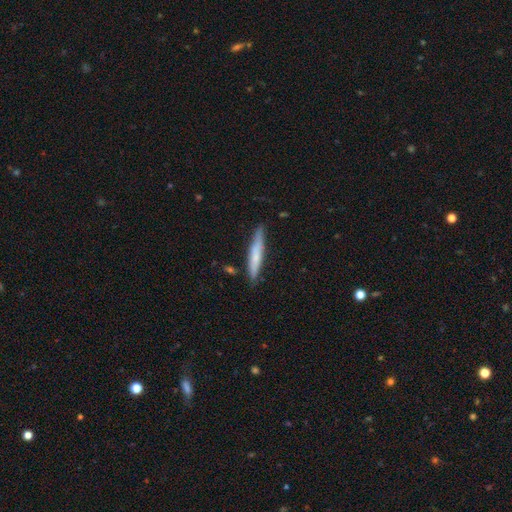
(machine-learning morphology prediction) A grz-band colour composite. It shows a smooth galaxy with no disk features (61%) that is cigar-shaped (92%). Merging: none (82%).